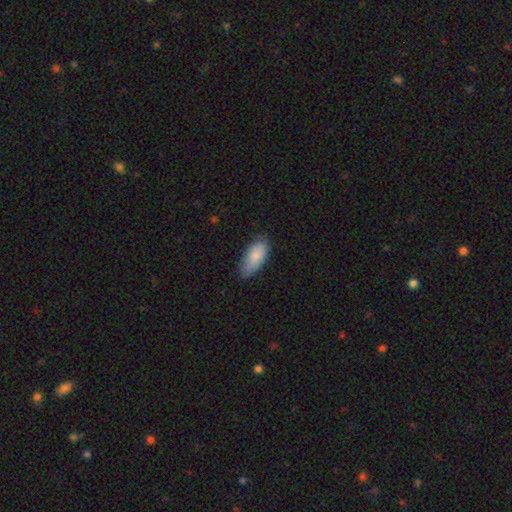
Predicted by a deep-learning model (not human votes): Morphology: type=smooth (86%); roundness=in between (87%); merging=none (76%).